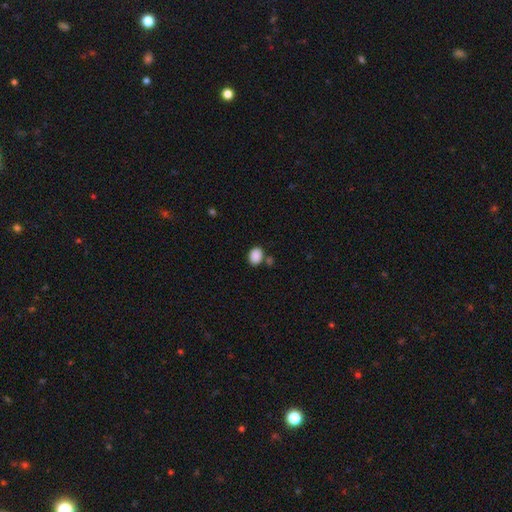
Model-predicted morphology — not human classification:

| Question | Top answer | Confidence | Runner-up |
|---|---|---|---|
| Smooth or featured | smooth | 88% | star or artifact (8%) |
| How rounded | in between | 70% | round (29%) |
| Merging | none | 71% | minor disturbance (13%) |